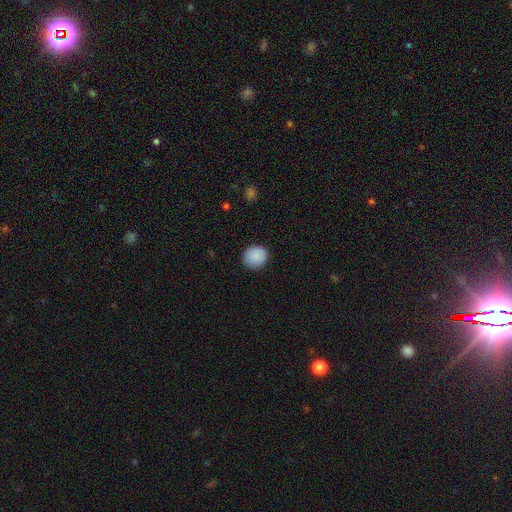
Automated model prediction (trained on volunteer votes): Morphology: type=smooth (89%); roundness=round (85%); merging=none (89%).